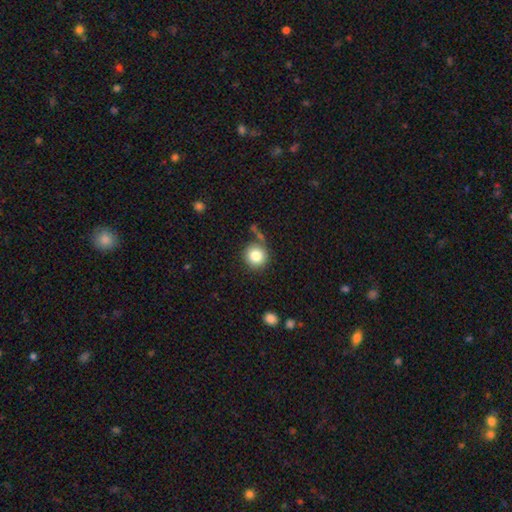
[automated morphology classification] This appears to be a smooth galaxy with no disk features (83%) that is round (94%). Merging: none (73%).